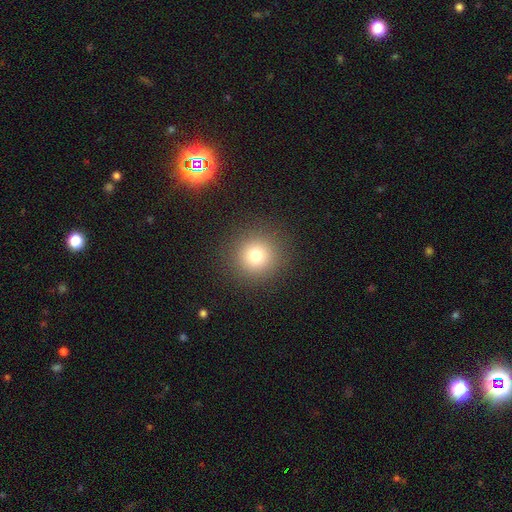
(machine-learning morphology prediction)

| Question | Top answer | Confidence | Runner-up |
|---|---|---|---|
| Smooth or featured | smooth | 76% | star or artifact (15%) |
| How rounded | round | 95% | in between (4%) |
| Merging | none | 90% | minor disturbance (6%) |